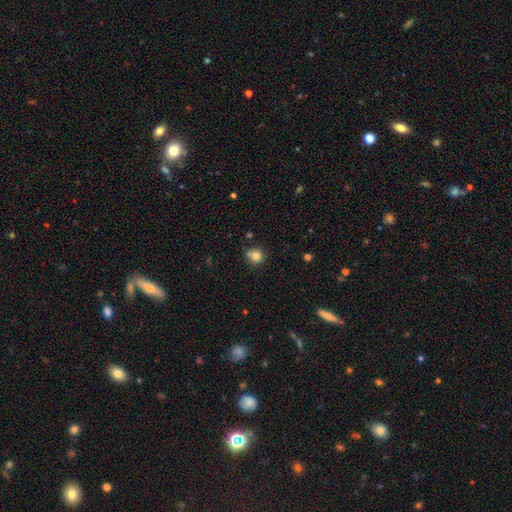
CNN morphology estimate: Smooth or featured? smooth (81%)
How rounded? round (86%)
Merging? none (67%)